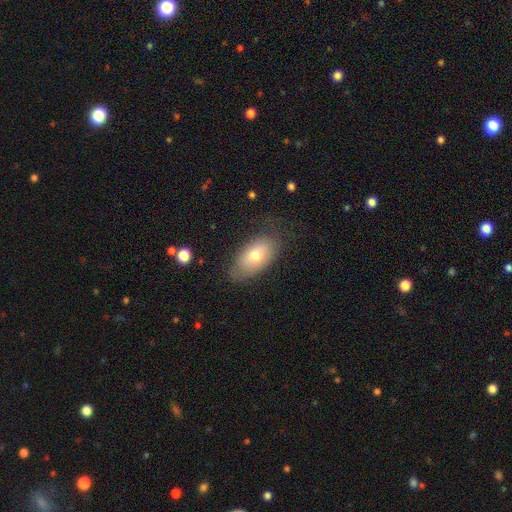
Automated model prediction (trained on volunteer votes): Morphology: type=smooth (69%); roundness=in between (92%); merging=none (69%).